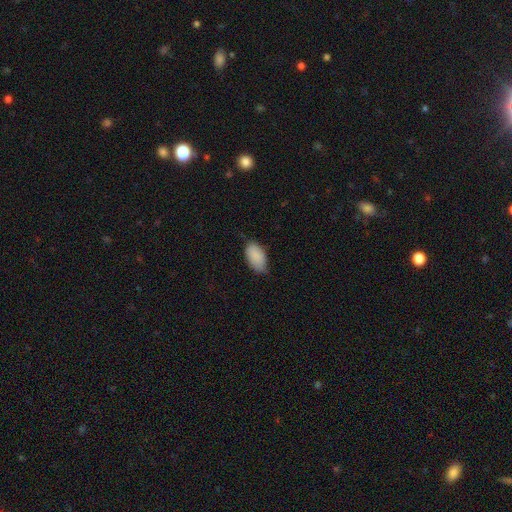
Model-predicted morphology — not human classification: Smooth or featured? smooth (88%)
How rounded? in between (95%)
Merging? none (59%)